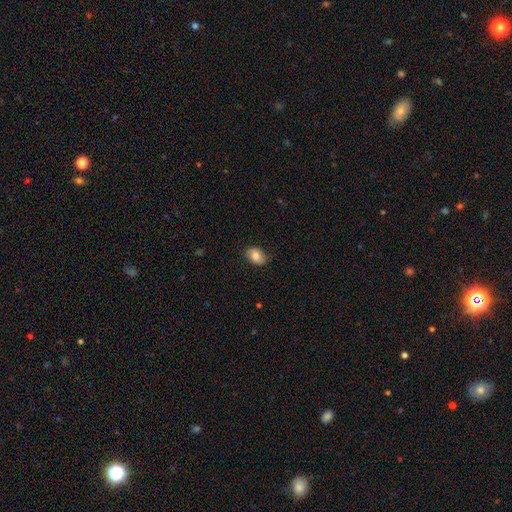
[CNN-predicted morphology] This is likely a smooth galaxy (77%). How rounded: clearly in between (81%). Merging: clearly none (83%).